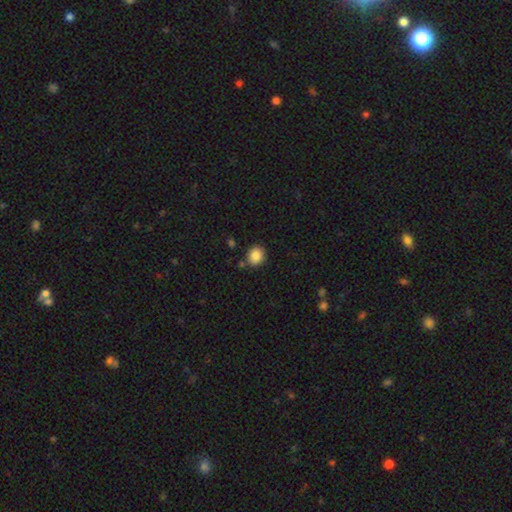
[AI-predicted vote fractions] smooth-or-featured: smooth: 87% | star or artifact: 9% | featured or disk: 4%
  how-rounded: round: 63% | in between: 36% | cigar-shaped: 1%
  merging: none: 83% | minor disturbance: 10% | merger: 5% | major disturbance: 2%